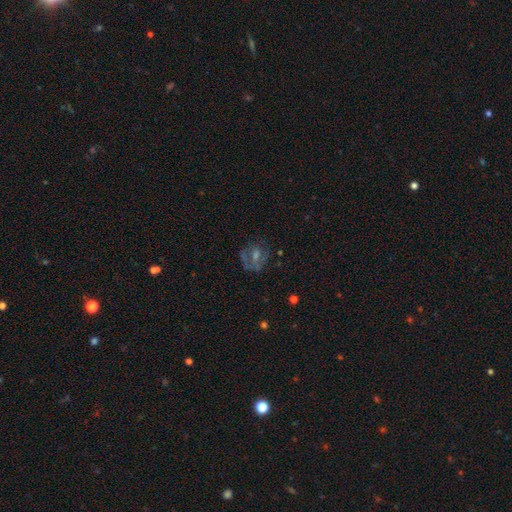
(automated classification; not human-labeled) Overall: featured or disk (56%; smooth 25%). Edge-on disk: no (96%). Bar: no (57%; weak 33%). Spiral arms: yes (52%; no 48%). Bulge size: moderate (46%; small 38%). Merging: none (64%).